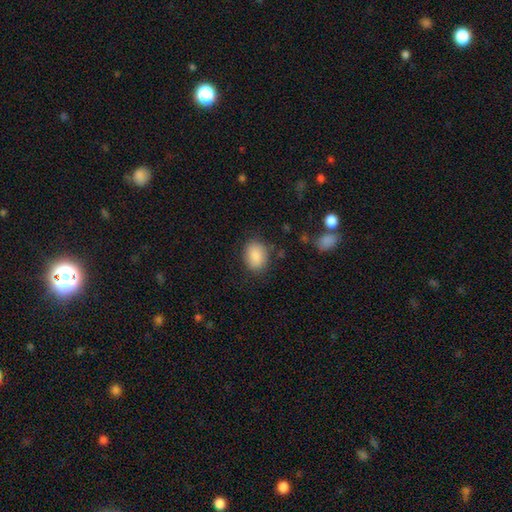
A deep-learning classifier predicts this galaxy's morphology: A smooth galaxy with no disk features (86%) that is in between round and cigar-shaped (66%). Merging: none (80%).